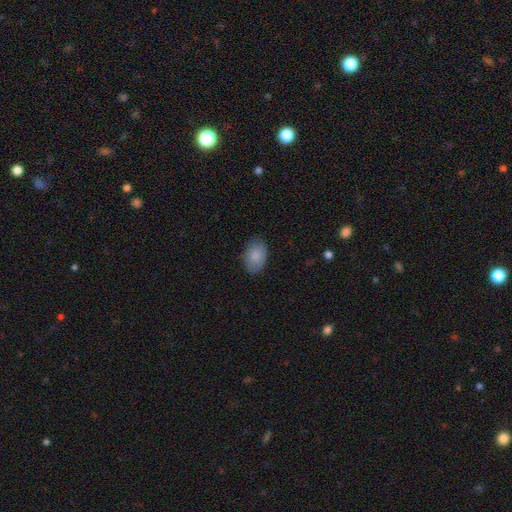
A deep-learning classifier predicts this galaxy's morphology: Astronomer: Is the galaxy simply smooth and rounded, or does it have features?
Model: smooth — 87%.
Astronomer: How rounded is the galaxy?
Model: in between — 89%.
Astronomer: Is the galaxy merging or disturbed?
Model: none — 79%.